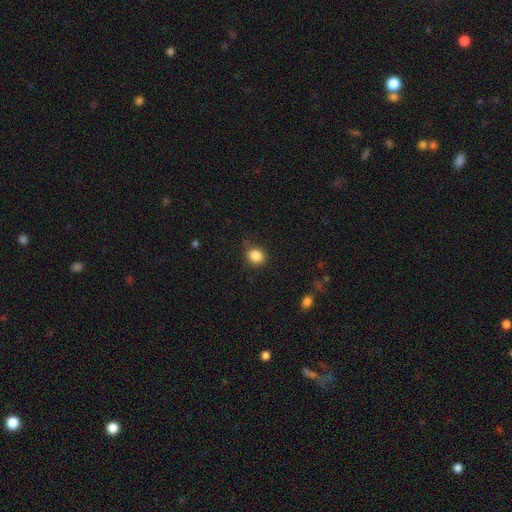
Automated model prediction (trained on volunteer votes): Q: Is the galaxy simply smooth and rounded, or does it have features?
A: smooth — 85%.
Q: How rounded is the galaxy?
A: round — 69%.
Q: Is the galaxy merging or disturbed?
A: none — 77%.